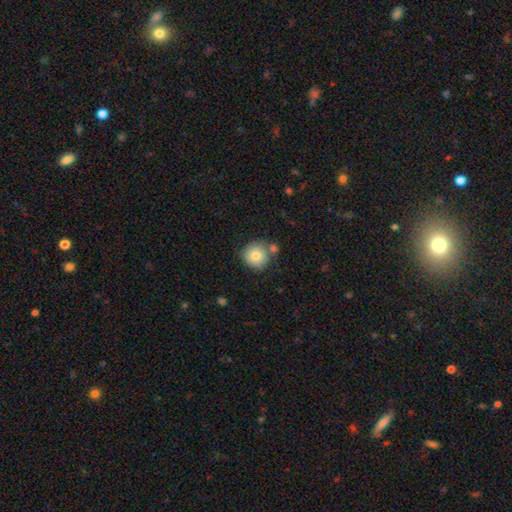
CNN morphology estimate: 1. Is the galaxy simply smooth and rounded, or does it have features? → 81% smooth, 11% featured or disk, 9% star or artifact.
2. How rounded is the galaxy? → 92% round, 7% in between, 1% cigar-shaped.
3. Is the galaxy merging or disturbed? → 67% none, 17% merger, 13% minor disturbance, 4% major disturbance.